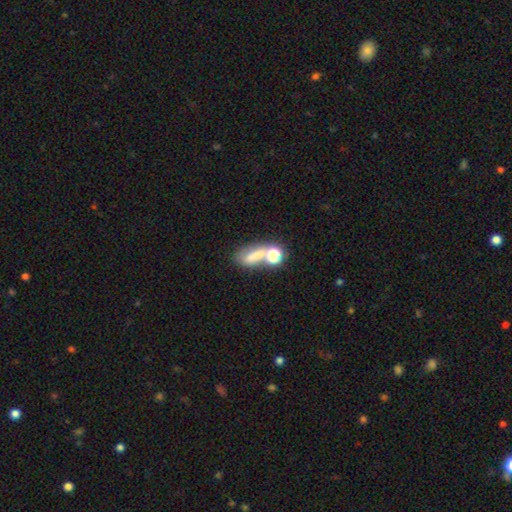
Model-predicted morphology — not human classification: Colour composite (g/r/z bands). It shows a smooth galaxy with no disk features (65%) that is in between round and cigar-shaped (63%). Merging: merger (38%).